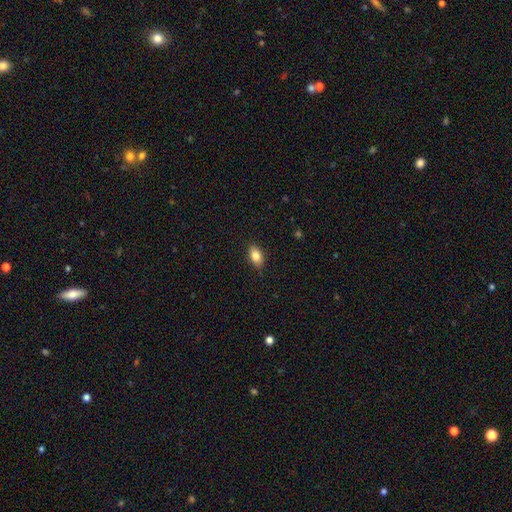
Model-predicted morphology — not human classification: Q: Smooth or featured?
A: smooth (84%); runner-up: star or artifact (8%)
Q: How rounded?
A: in between (87%); runner-up: round (10%)
Q: Merging?
A: none (86%); runner-up: minor disturbance (11%)